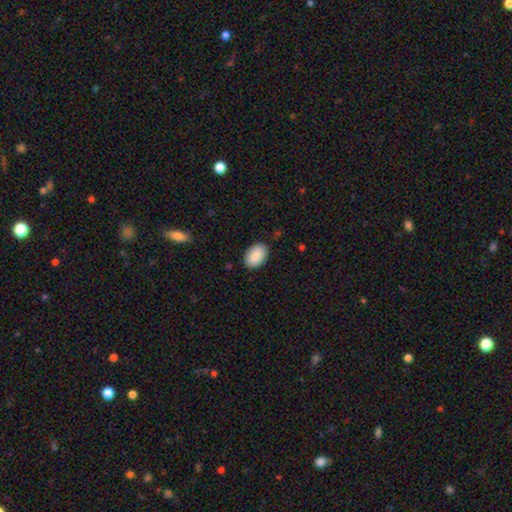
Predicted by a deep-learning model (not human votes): smooth-or-featured: smooth: 89% | star or artifact: 6% | featured or disk: 5%
  how-rounded: in between: 89% | round: 10% | cigar-shaped: 1%
  merging: none: 85% | minor disturbance: 12% | major disturbance: 2% | merger: 1%